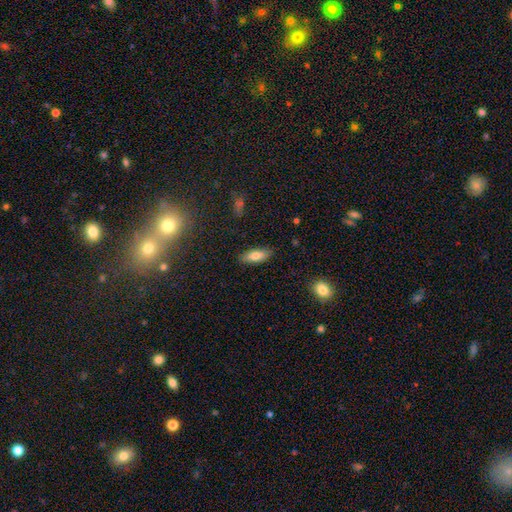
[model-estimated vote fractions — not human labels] Overall: smooth (77%). How rounded: in between (73%). Merging: none (86%).